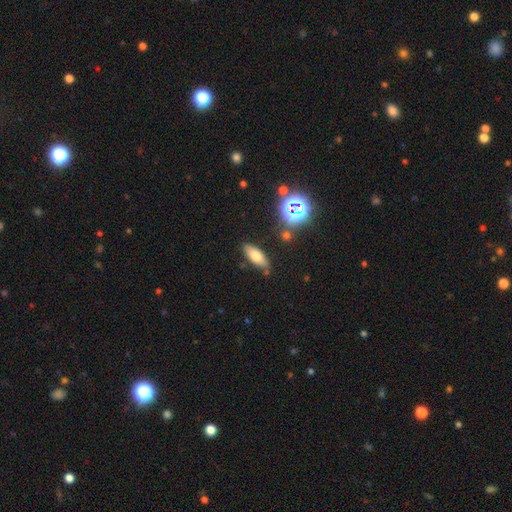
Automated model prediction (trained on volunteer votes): Smooth or featured? smooth (69%)
How rounded? in between (72%)
Merging? none (78%)